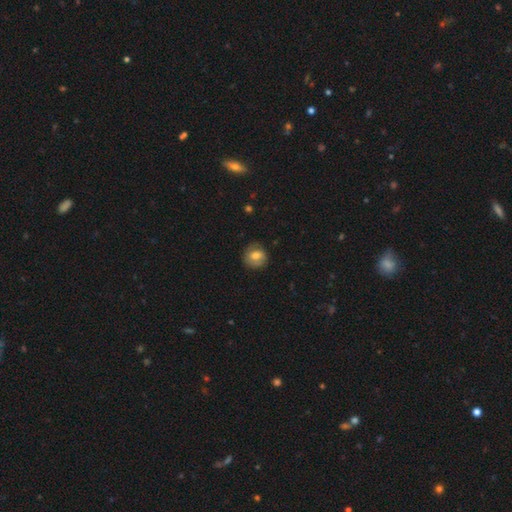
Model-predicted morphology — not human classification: smooth 63%, featured or disk 28%, star or artifact 8%. Down the decision tree: how rounded — round (77%); merging — none (75%).